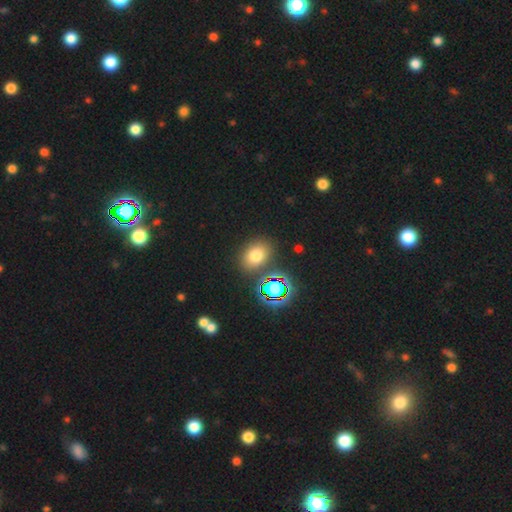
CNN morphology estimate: Smooth or featured? smooth (69%)
How rounded? in between (56%)
Merging? none (82%)